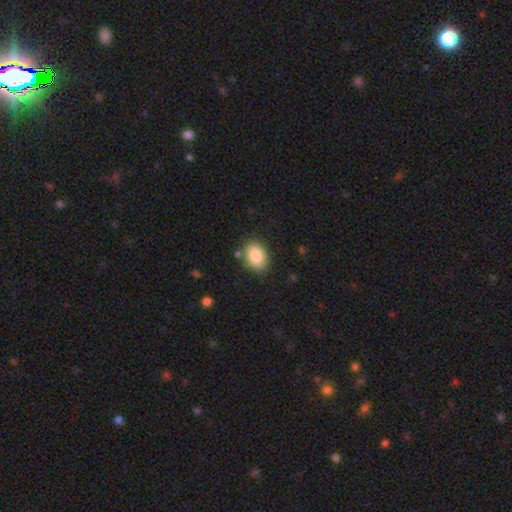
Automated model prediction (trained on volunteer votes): smooth-or-featured: smooth: 85% | star or artifact: 7% | featured or disk: 7%
  how-rounded: in between: 78% | round: 21% | cigar-shaped: 1%
  merging: none: 81% | minor disturbance: 12% | merger: 3% | major disturbance: 3%